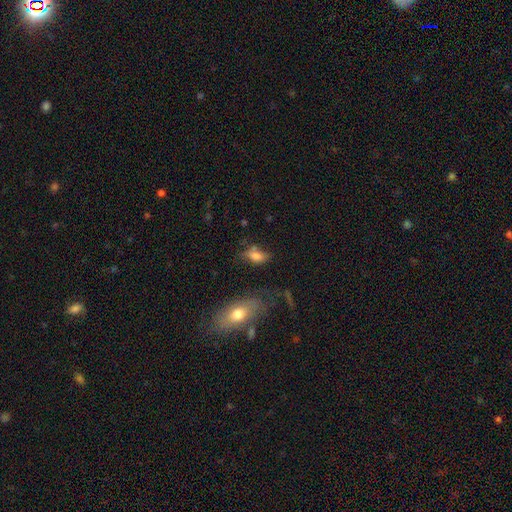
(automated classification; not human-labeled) A smooth galaxy with no disk features (72%) that is in between round and cigar-shaped (83%).

Vote fractions:
- Smooth or featured? smooth: 72% / featured or disk: 16% / star or artifact: 12%
- How rounded? in between: 83% / cigar-shaped: 9% / round: 8%
- Merging? none: 49% / minor disturbance: 25% / merger: 13% / major disturbance: 13%